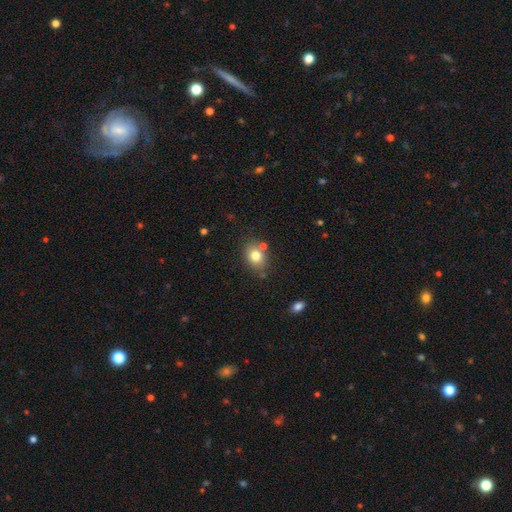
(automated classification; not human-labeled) This is likely a smooth galaxy (78%). How rounded: possibly in between (56%). Merging: likely none (70%).